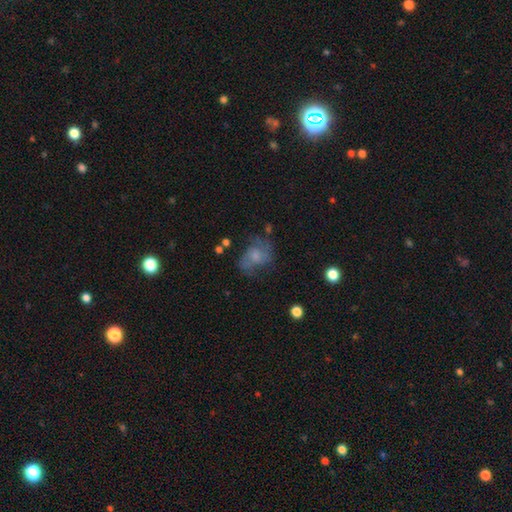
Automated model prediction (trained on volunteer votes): A featured or disk galaxy (56%) with no bar (68%), spiral arms (80%) and a small central bulge (36%).

Vote fractions:
- Smooth or featured? featured or disk: 56% / smooth: 32% / star or artifact: 12%
- Edge-on disk? no: 97% / yes: 3%
- Bar? no: 68% / weak: 28% / strong: 4%
- Spiral arms? yes: 80% / no: 20%
- Bulge size? small: 36% / moderate: 30% / none: 24% / large: 8% / dominant: 2%
- Merging? none: 52% / minor disturbance: 23% / major disturbance: 21% / merger: 3%